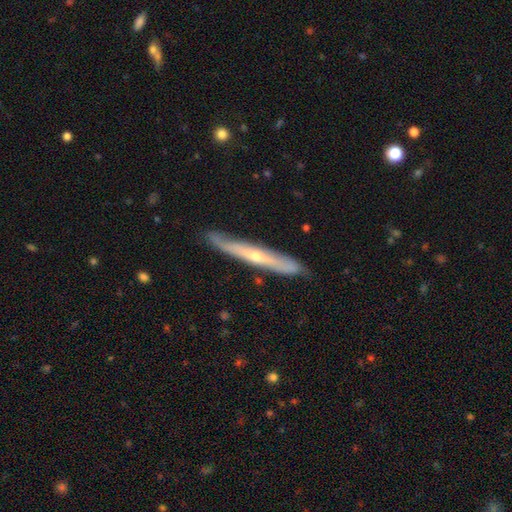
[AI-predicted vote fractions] smooth_or_featured: featured or disk (p=0.67) [alt: smooth p=0.28]
disk_edge_on: yes (p=0.88) [alt: no p=0.12]
edge_on_bulge: rounded (p=0.69) [alt: none p=0.28]
merging: none (p=0.83) [alt: minor disturbance p=0.14]